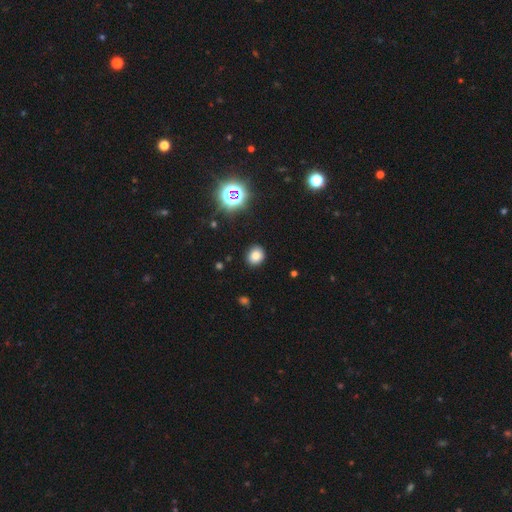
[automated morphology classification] Q: Smooth or featured?
A: smooth (79%); runner-up: star or artifact (15%)
Q: How rounded?
A: round (68%); runner-up: in between (31%)
Q: Merging?
A: none (89%); runner-up: minor disturbance (8%)